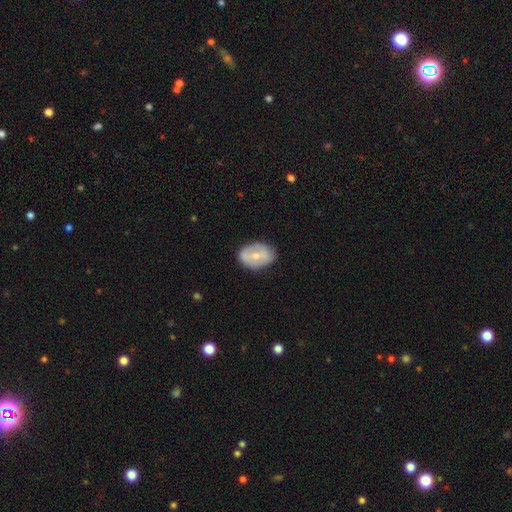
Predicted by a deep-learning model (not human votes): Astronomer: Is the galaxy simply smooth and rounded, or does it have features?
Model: featured or disk — 47%, tied with smooth at 47%.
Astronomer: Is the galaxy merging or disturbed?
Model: none — 79%.